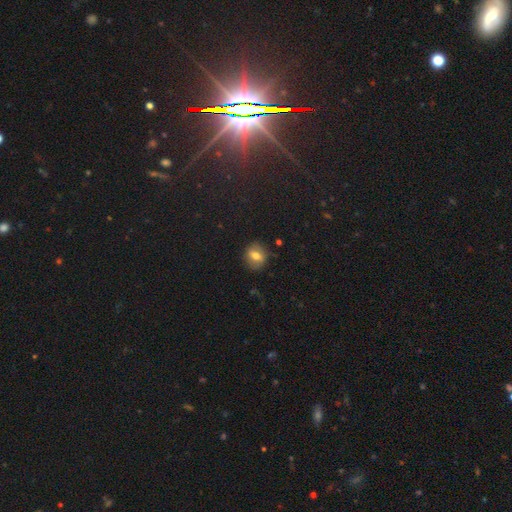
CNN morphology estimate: smooth 63%, featured or disk 23%, star or artifact 13%. Down the decision tree: how rounded — round (59%); merging — none (82%).